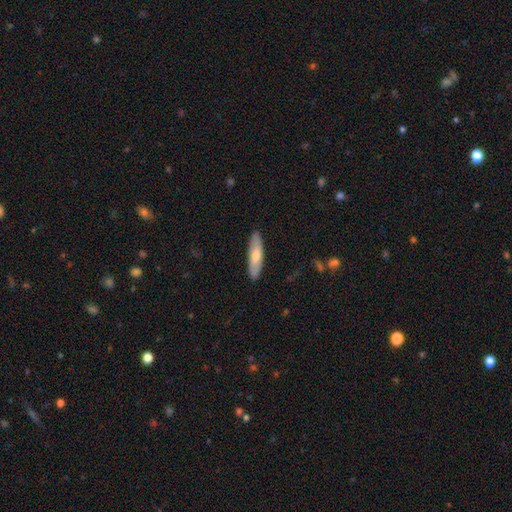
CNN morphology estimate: Smooth or featured? Predicted: smooth (p=0.55). How rounded? Predicted: cigar-shaped (p=0.68). Merging? Predicted: none (p=0.89).